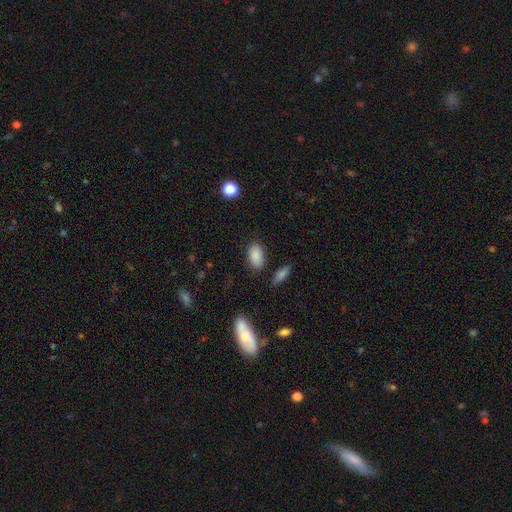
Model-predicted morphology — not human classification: Overall: smooth (88%). How rounded: in between (92%). Merging: none (82%).